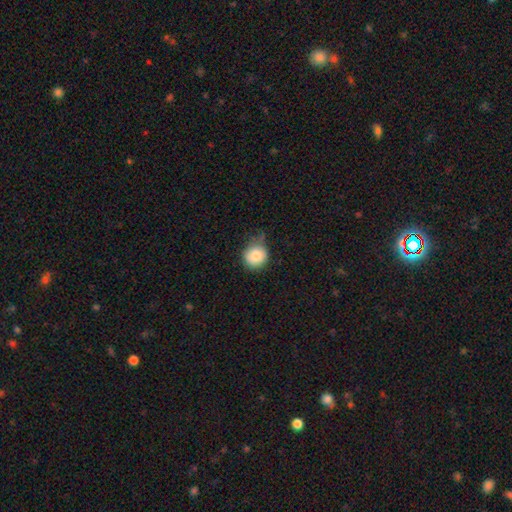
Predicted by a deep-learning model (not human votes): Overall: smooth (85%). How rounded: round (87%). Merging: none (56%; minor disturbance 33%).